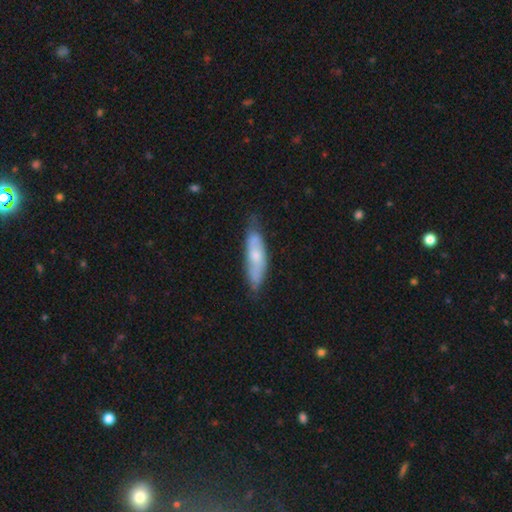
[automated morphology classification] smooth 55%, featured or disk 40%, star or artifact 6%. Down the decision tree: how rounded — cigar-shaped (61%); merging — none (68%).